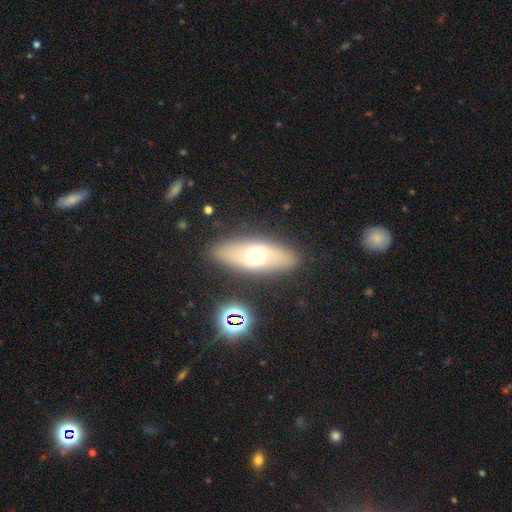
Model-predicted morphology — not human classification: The model was most divided on "smooth or featured": smooth: 48%, featured or disk: 43%, star or artifact: 10%. More confident: merging — none (86%).